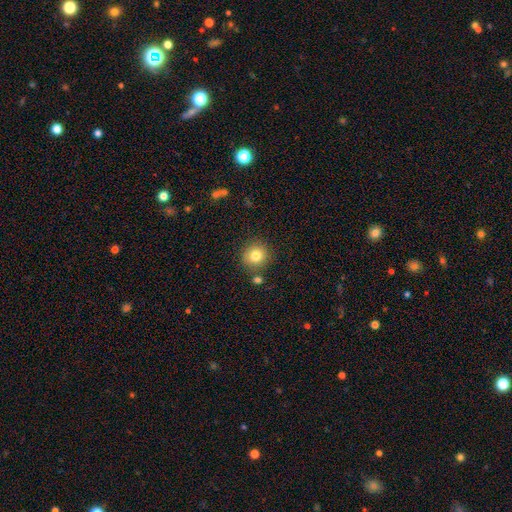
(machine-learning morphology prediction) Smooth or featured? smooth (80%)
How rounded? round (91%)
Merging? none (81%)